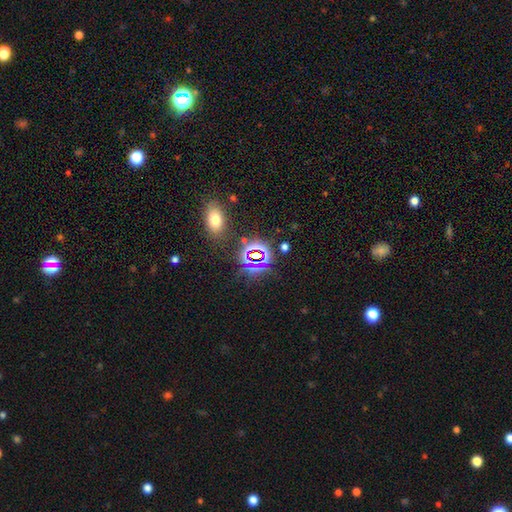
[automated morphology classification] A star or artifact, not a galaxy (72%).

Vote fractions:
- Smooth or featured? star or artifact: 72% / smooth: 19% / featured or disk: 9%